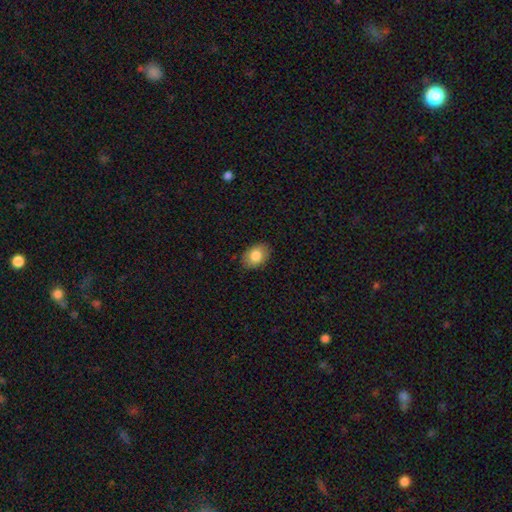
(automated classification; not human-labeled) The model was most divided on "how rounded": in between: 78%, round: 21%, cigar-shaped: 1%. More confident: merging — none (86%); smooth or featured — smooth (82%).